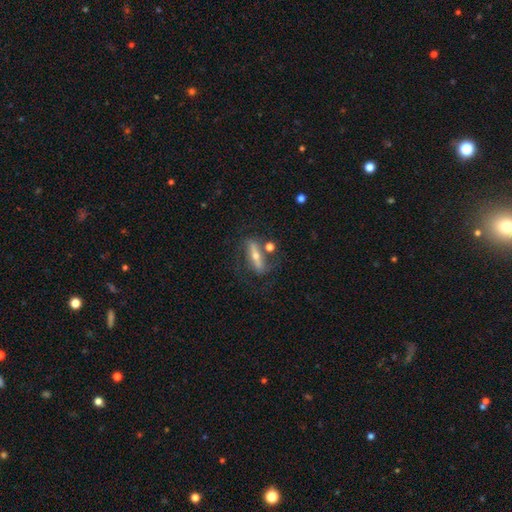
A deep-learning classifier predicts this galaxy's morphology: type=featured or disk (64%); edge-on=no (51%); merging=none (59%).